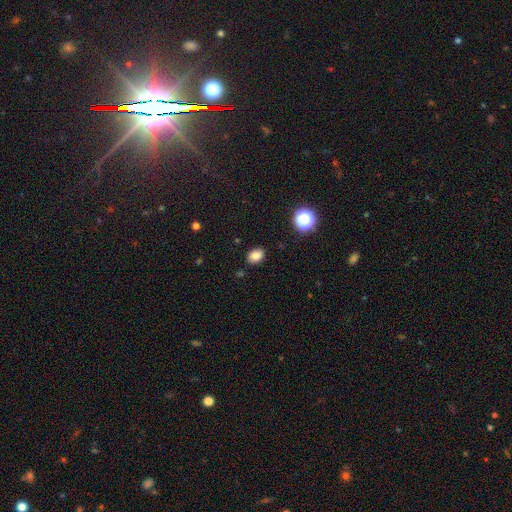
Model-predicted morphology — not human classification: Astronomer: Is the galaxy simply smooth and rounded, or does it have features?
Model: smooth — 84%.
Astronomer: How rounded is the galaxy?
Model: in between — 72%.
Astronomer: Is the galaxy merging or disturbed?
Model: none — 87%.